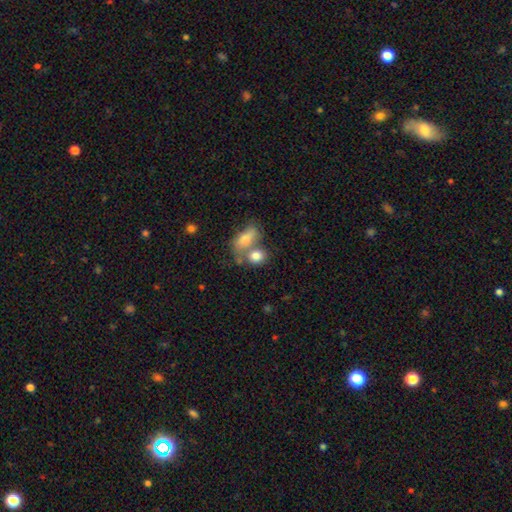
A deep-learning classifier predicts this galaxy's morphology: smooth-or-featured: smooth: 80% | featured or disk: 11% | star or artifact: 8%
  how-rounded: in between: 57% | round: 41% | cigar-shaped: 3%
  merging: merger: 45% | none: 39% | minor disturbance: 11% | major disturbance: 5%